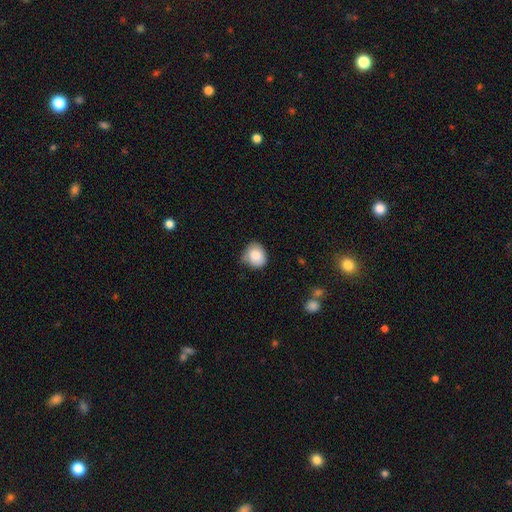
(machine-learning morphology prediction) smooth 87%, star or artifact 8%, featured or disk 6%. Down the decision tree: how rounded — round (71%); merging — none (60%).